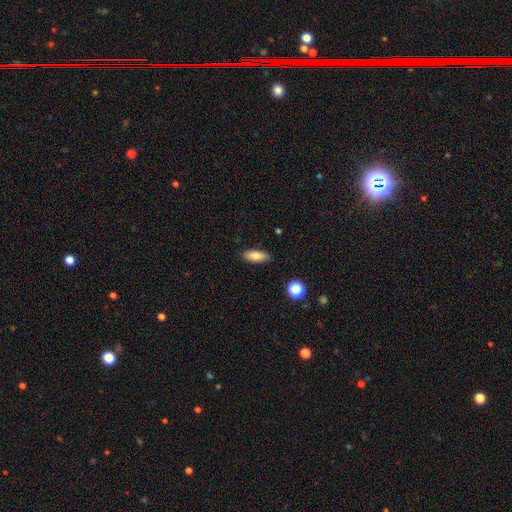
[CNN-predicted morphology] This appears to be a smooth galaxy with no disk features (83%) that is in between round and cigar-shaped (73%). Merging: none (86%).